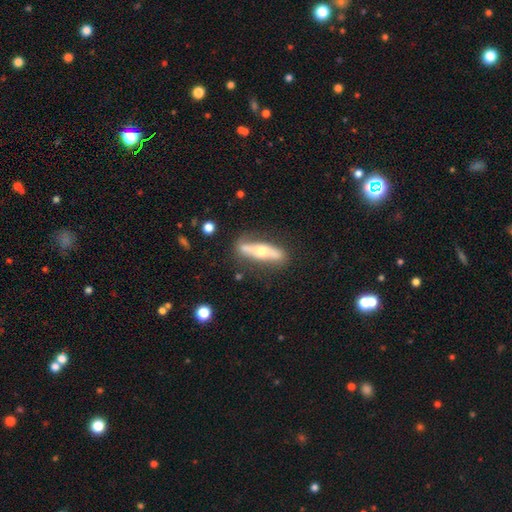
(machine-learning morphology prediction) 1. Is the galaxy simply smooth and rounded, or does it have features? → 65% featured or disk, 27% smooth, 8% star or artifact.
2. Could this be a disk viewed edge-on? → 70% yes, 30% no.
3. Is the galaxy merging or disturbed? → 74% none, 15% minor disturbance, 6% major disturbance, 5% merger.